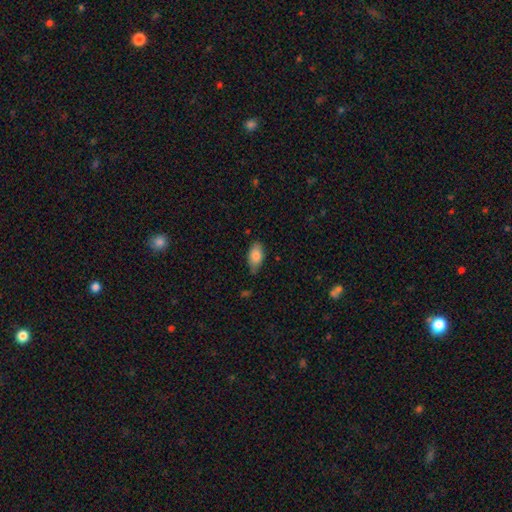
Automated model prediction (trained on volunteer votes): This is clearly a smooth galaxy (84%). How rounded: clearly in between (92%). Merging: likely none (70%).